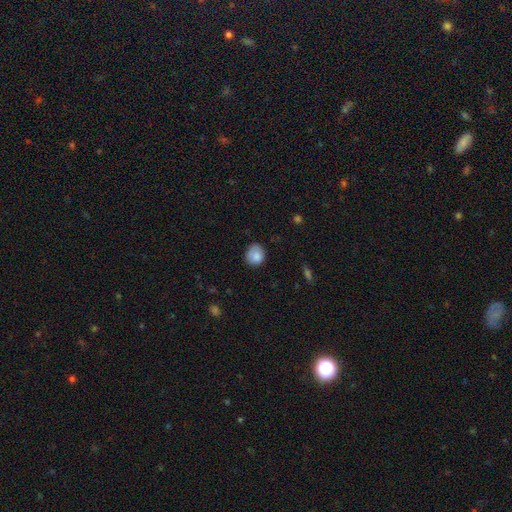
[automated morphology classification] A smooth galaxy with no disk features (84%) that is round (75%).

Vote fractions:
- Smooth or featured? smooth: 84% / star or artifact: 9% / featured or disk: 7%
- How rounded? round: 75% / in between: 24% / cigar-shaped: 1%
- Merging? none: 68% / minor disturbance: 25% / major disturbance: 6% / merger: 2%